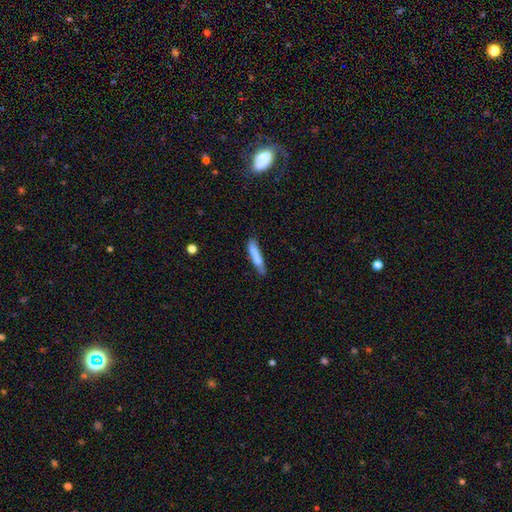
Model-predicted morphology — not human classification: type=smooth (70%); roundness=cigar-shaped (84%); merging=none (56%).